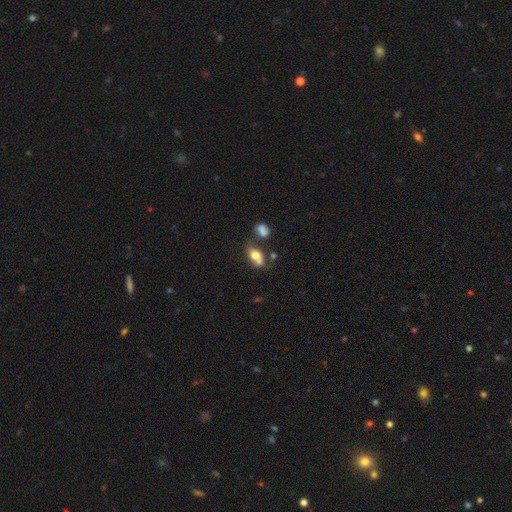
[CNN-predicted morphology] A smooth galaxy with no disk features (68%) that is in between round and cigar-shaped (78%).

Vote fractions:
- Smooth or featured? smooth: 68% / featured or disk: 22% / star or artifact: 10%
- How rounded? in between: 78% / round: 18% / cigar-shaped: 3%
- Merging? none: 40% / merger: 31% / minor disturbance: 19% / major disturbance: 10%